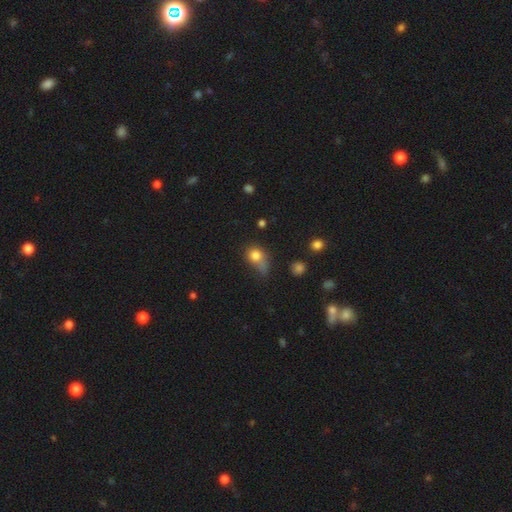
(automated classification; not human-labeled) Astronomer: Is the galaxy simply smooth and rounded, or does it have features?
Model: smooth — 78%.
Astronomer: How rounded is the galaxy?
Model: round — 55% (runner-up: in between, 43%).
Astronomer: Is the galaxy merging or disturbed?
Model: none — 32% (runner-up: minor disturbance, 29%).